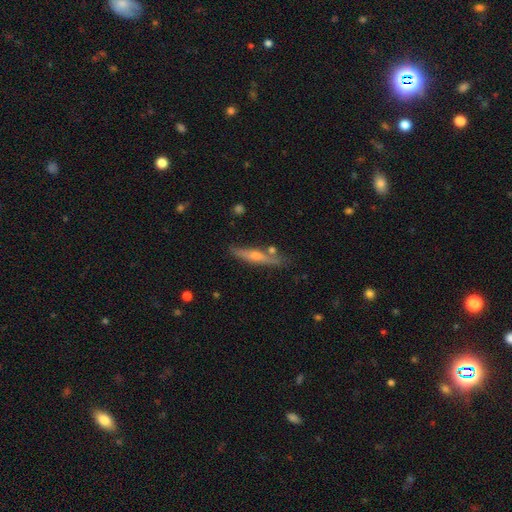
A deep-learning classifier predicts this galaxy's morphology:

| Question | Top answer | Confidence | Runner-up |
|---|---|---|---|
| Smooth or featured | featured or disk | 64% | smooth (30%) |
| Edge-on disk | yes | 93% | no (7%) |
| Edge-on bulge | rounded | 89% | none (8%) |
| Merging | none | 79% | minor disturbance (13%) |